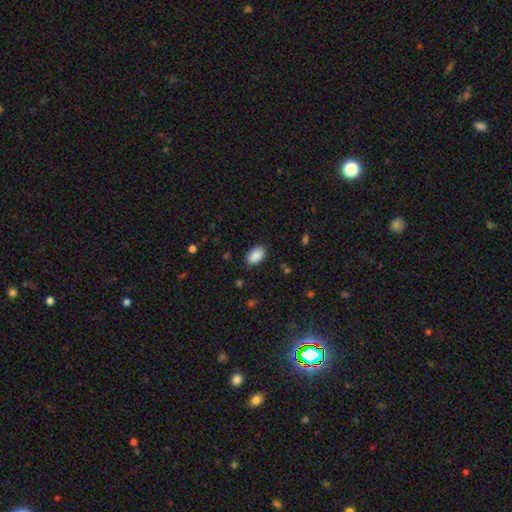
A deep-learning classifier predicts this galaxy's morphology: Smooth or featured? Predicted: smooth (p=0.90). How rounded? Predicted: in between (p=0.93). Merging? Predicted: none (p=0.87).